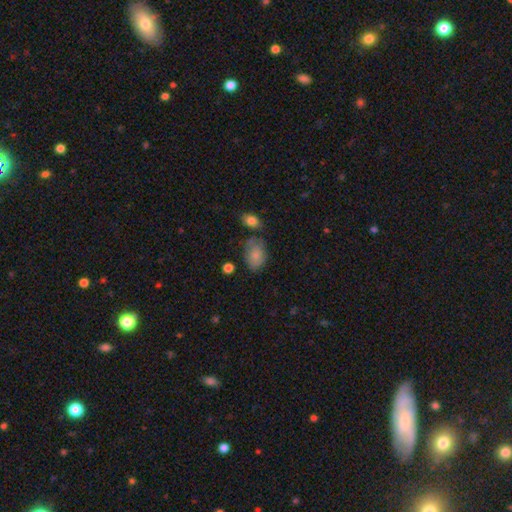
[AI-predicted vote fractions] Overall: smooth (81%). How rounded: in between (80%). Merging: none (61%; minor disturbance 24%).